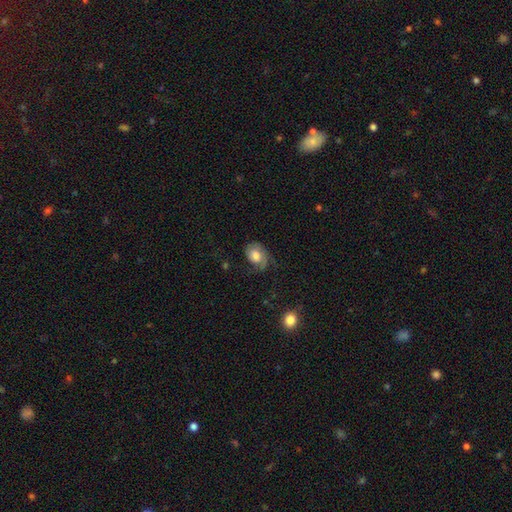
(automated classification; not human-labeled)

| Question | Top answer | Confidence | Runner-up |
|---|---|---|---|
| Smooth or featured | smooth | 46% | tied: featured or disk (46%) |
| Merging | none | 50% | minor disturbance (26%) |